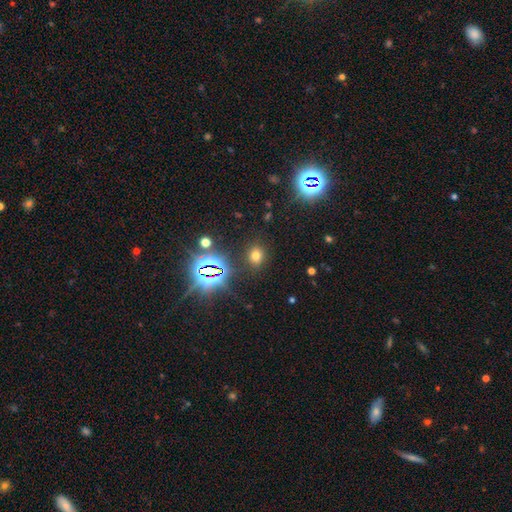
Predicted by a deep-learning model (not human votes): Smooth or featured?
  - smooth: 63% *
  - star or artifact: 29%
  - featured or disk: 8%
How rounded?
  - round: 63% *
  - in between: 36%
  - cigar-shaped: 1%
Merging?
  - none: 85% *
  - minor disturbance: 9%
  - major disturbance: 4%
  - merger: 3%